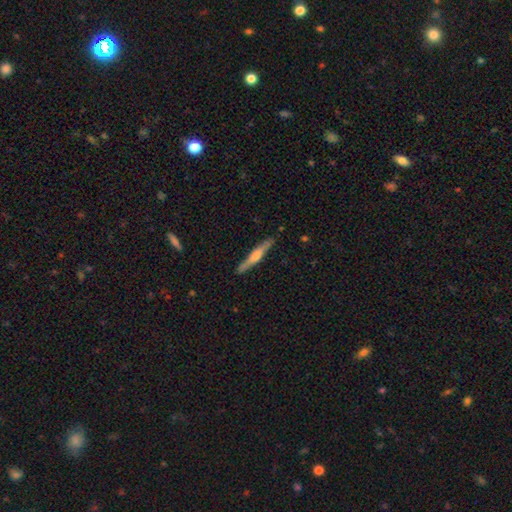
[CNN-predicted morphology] This appears to be a featured or disk galaxy (52%) viewed edge-on (96%) with a rounded central bulge (61%). Merging: none (88%).